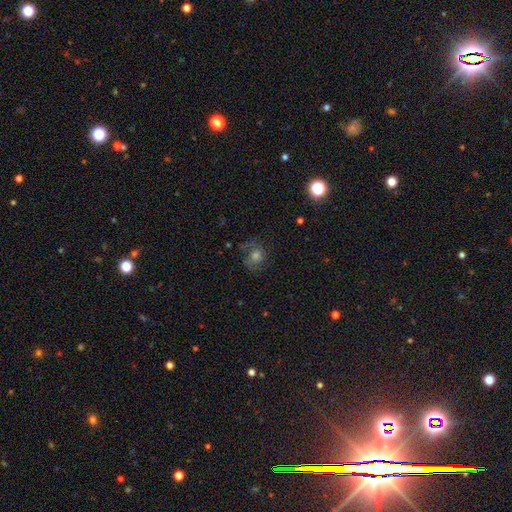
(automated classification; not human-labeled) featured or disk 45%, smooth 34%, star or artifact 20%. Down the decision tree: merging — none (65%).